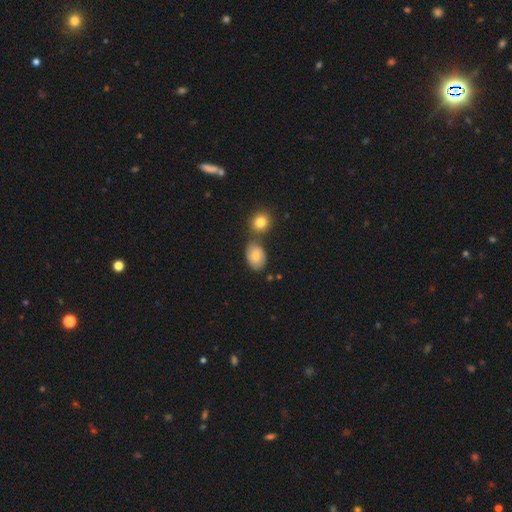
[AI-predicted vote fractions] Smooth or featured? smooth (72%)
How rounded? in between (76%)
Merging? none (56%)